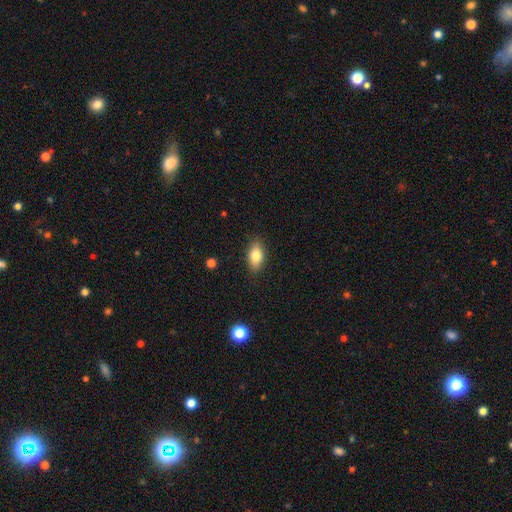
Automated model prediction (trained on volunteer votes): Smooth or featured? Predicted: smooth (p=0.80). How rounded? Predicted: in between (p=0.88). Merging? Predicted: none (p=0.87).